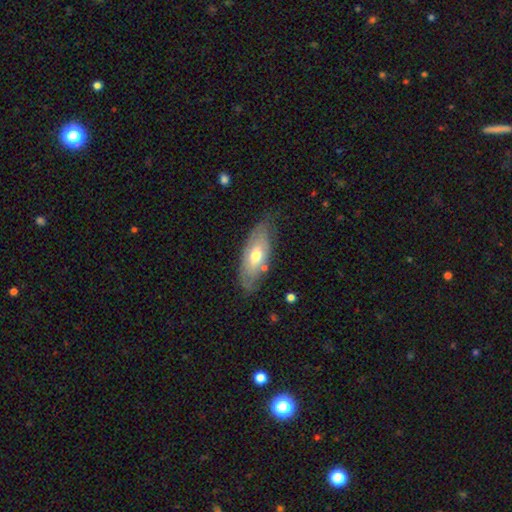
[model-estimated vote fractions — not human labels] A featured or disk galaxy (48%). Merging: none (70%).